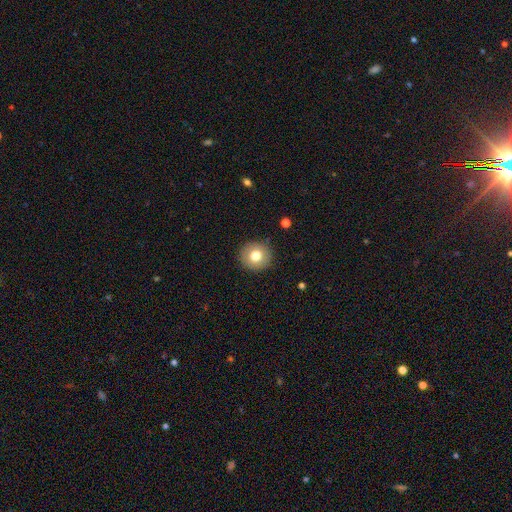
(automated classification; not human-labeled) Q: Smooth or featured?
A: smooth (78%); runner-up: featured or disk (13%)
Q: How rounded?
A: round (91%); runner-up: in between (8%)
Q: Merging?
A: none (90%); runner-up: minor disturbance (7%)